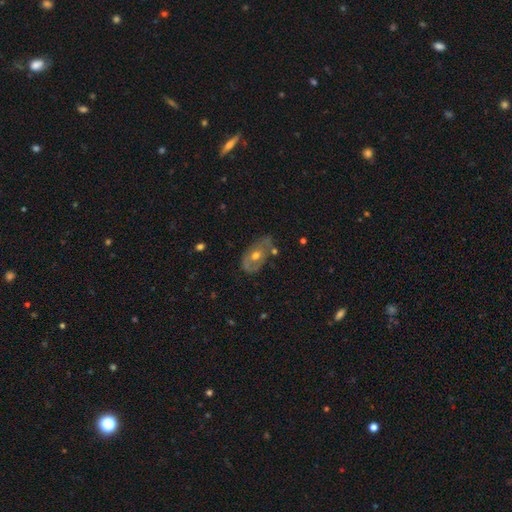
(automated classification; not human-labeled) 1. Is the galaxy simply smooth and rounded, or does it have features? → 60% featured or disk, 32% smooth, 8% star or artifact.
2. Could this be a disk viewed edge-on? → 91% no, 9% yes.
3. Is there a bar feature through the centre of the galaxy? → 82% no, 14% weak, 4% strong.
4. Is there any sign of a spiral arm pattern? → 61% no, 39% yes.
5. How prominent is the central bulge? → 76% moderate, 15% small, 7% large, 1% none, 1% dominant.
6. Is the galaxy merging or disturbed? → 52% none, 29% minor disturbance, 12% major disturbance, 6% merger.